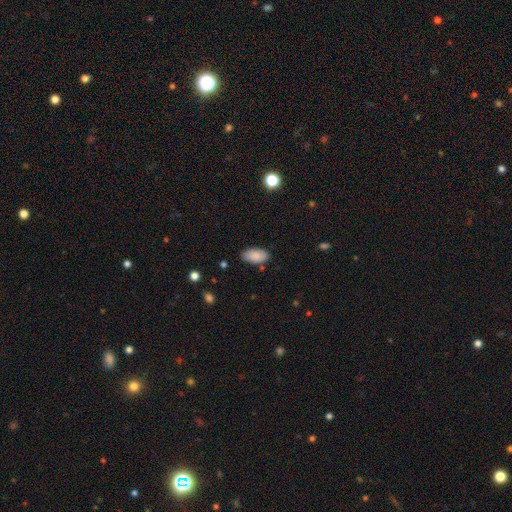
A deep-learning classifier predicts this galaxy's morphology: smooth_or_featured: smooth (p=0.88) [alt: star or artifact p=0.07]
how_rounded: in between (p=0.95) [alt: cigar-shaped p=0.03]
merging: none (p=0.84) [alt: minor disturbance p=0.12]